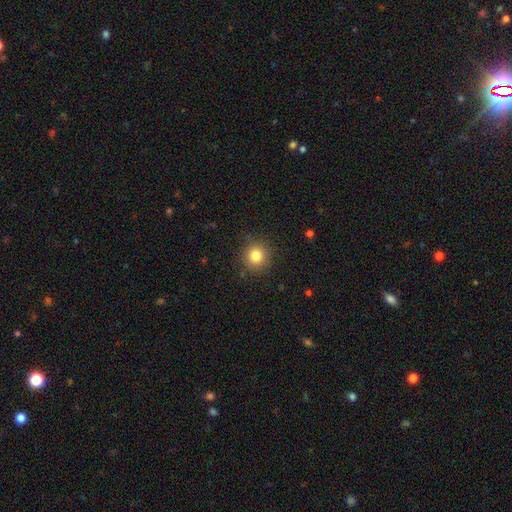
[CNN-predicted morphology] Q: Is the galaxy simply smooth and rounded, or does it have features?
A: smooth — 82%.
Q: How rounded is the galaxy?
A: round — 93%.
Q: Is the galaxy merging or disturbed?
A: none — 88%.